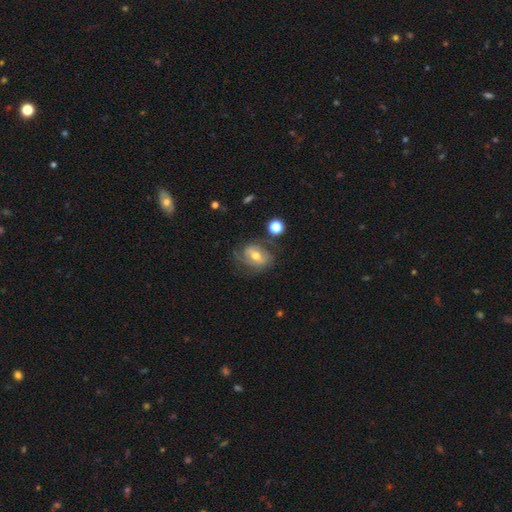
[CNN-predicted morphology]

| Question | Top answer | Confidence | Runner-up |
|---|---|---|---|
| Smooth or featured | featured or disk | 62% | smooth (29%) |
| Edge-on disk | no | 95% | yes (5%) |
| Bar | weak | 43% | no (30%) |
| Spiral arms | yes | 74% | no (26%) |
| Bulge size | moderate | 72% | small (18%) |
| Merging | none | 58% | minor disturbance (23%) |